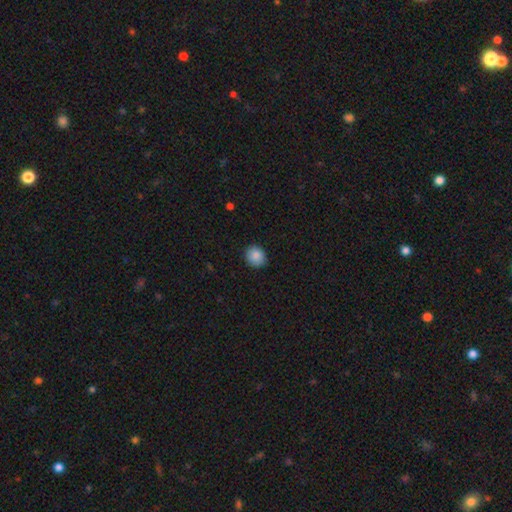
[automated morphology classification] Smooth or featured? Predicted: smooth (p=0.88). How rounded? Predicted: round (p=0.78). Merging? Predicted: none (p=0.88).